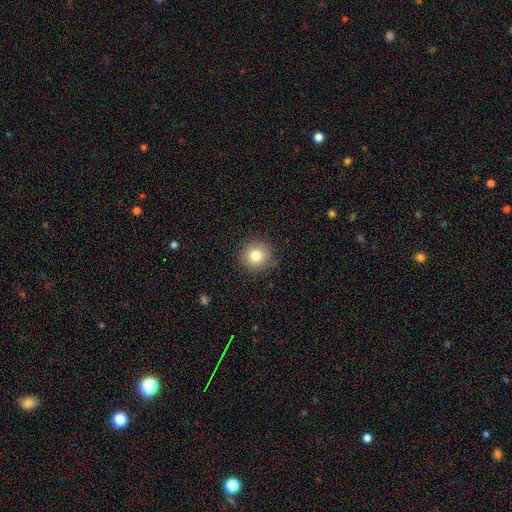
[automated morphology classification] smooth_or_featured: smooth (p=0.80) [alt: star or artifact p=0.11]
how_rounded: round (p=0.90) [alt: in between p=0.10]
merging: none (p=0.87) [alt: minor disturbance p=0.09]